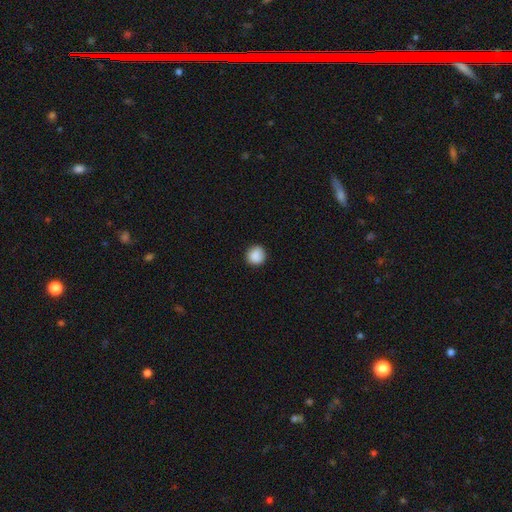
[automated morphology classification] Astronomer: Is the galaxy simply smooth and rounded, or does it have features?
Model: smooth — 87%.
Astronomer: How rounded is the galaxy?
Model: round — 89%.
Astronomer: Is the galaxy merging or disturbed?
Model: none — 86%.